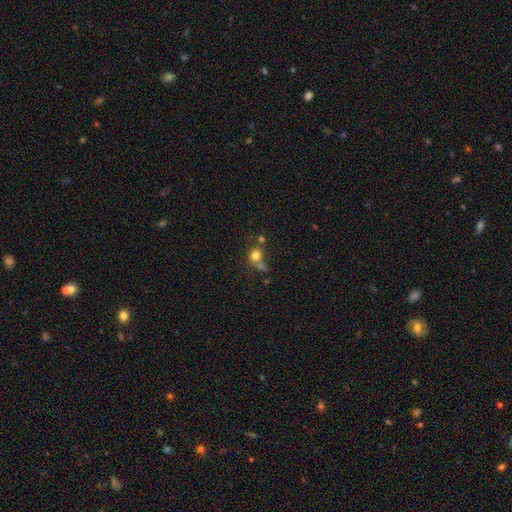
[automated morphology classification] Smooth or featured? smooth (77%)
How rounded? round (79%)
Merging? none (48%)